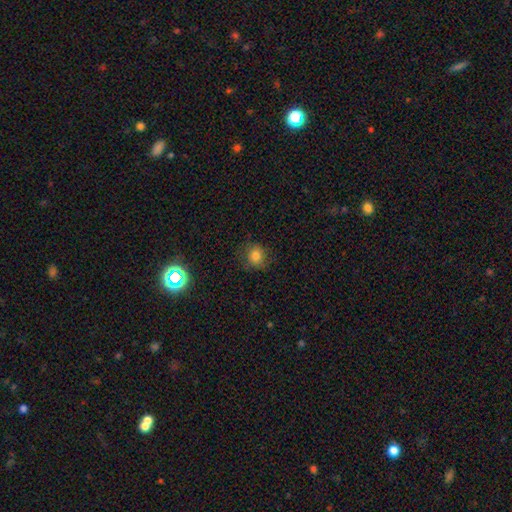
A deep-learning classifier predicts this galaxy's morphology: type=smooth (79%); roundness=round (79%); merging=none (80%).